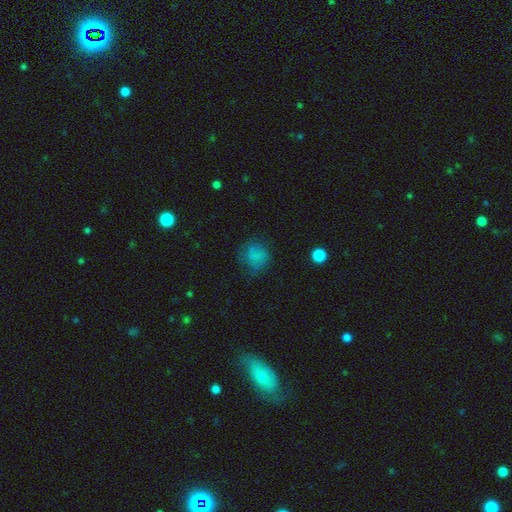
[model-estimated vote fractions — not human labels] A smooth galaxy with no disk features (71%) that is round (76%). Merging: none (59%).